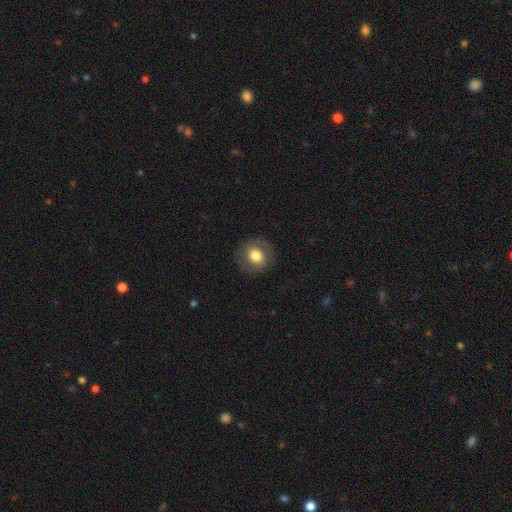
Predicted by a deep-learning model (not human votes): A smooth galaxy with no disk features (72%) that is round (84%).

Vote fractions:
- Smooth or featured? smooth: 72% / featured or disk: 20% / star or artifact: 9%
- How rounded? round: 84% / in between: 15% / cigar-shaped: 1%
- Merging? none: 84% / minor disturbance: 10% / major disturbance: 4% / merger: 1%